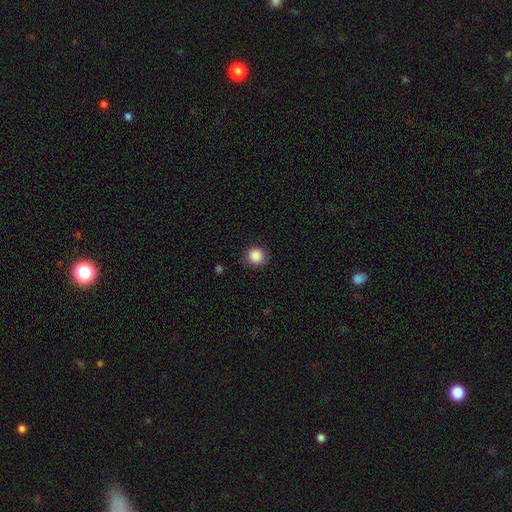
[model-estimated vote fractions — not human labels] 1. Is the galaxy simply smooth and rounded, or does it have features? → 88% smooth, 9% star or artifact, 3% featured or disk.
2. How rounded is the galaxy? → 93% round, 6% in between, 1% cigar-shaped.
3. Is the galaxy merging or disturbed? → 88% none, 9% minor disturbance, 3% major disturbance, 1% merger.